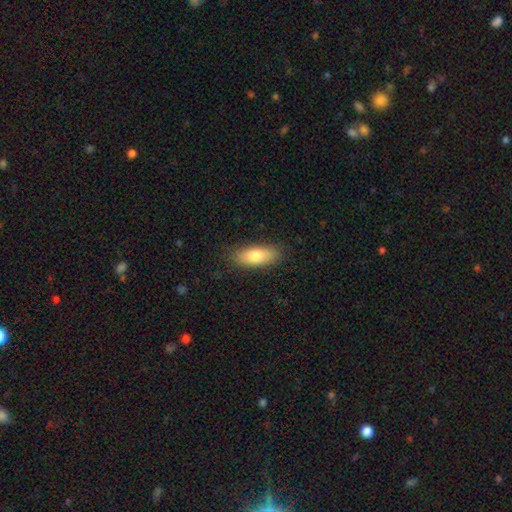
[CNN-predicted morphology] Overall: smooth (79%). How rounded: in between (74%). Merging: none (85%).